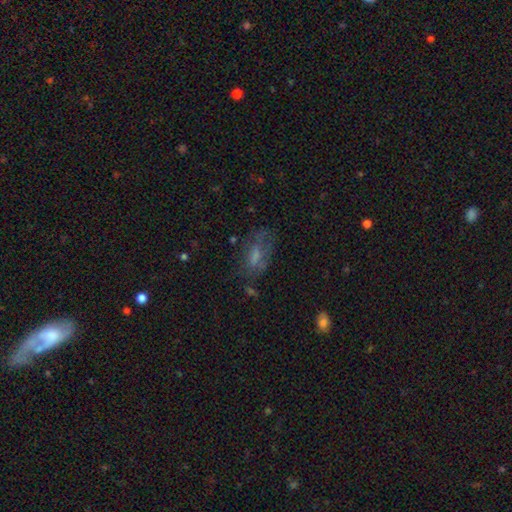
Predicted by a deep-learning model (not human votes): Q: Smooth or featured?
A: smooth (49%); runner-up: featured or disk (35%)
Q: Merging?
A: none (51%); runner-up: minor disturbance (24%)